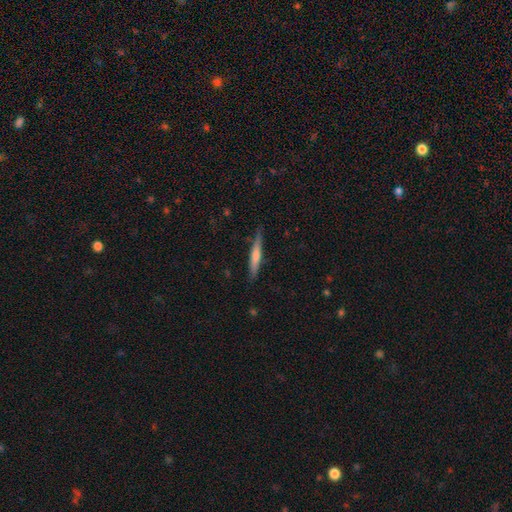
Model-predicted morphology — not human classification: The model was most divided on "smooth or featured": featured or disk: 53%, smooth: 41%, star or artifact: 6%. More confident: edge-on disk — yes (97%); merging — none (87%); edge-on bulge — rounded (59%).